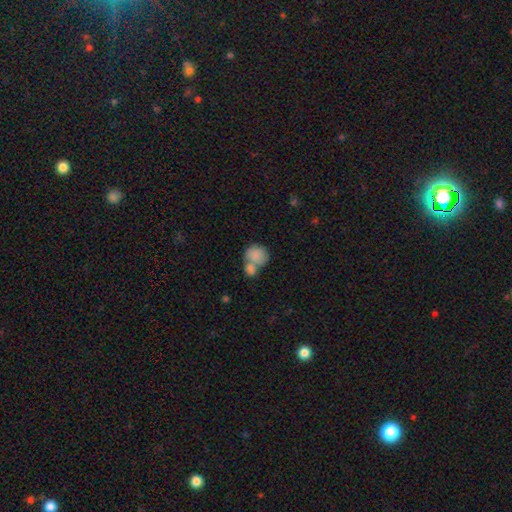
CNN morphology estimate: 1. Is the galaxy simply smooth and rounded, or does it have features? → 83% smooth, 10% featured or disk, 7% star or artifact.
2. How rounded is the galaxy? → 74% round, 25% in between, 1% cigar-shaped.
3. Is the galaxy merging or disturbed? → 57% merger, 29% none, 9% minor disturbance, 4% major disturbance.